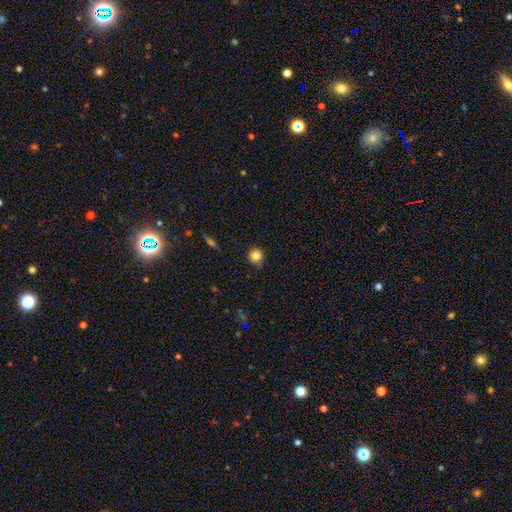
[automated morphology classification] A smooth galaxy with no disk features (82%) that is round (91%). Merging: none (83%).